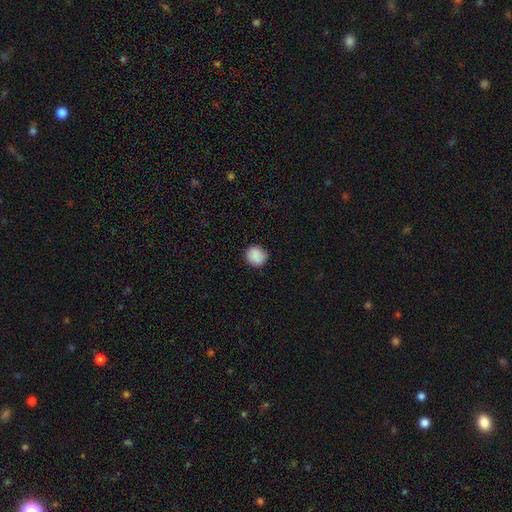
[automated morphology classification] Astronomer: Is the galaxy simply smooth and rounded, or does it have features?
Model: smooth — 87%.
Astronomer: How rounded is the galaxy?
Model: round — 87%.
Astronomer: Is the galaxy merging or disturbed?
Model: none — 85%.